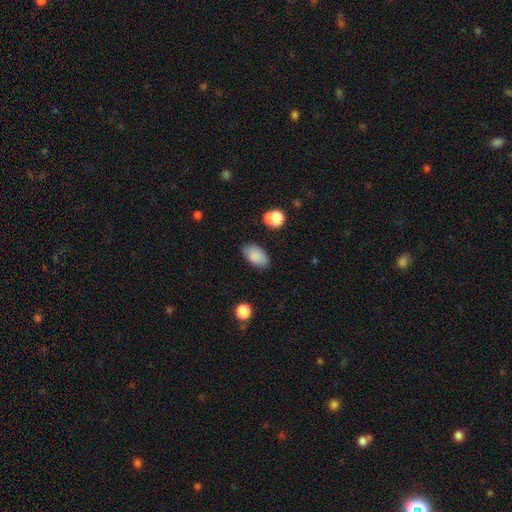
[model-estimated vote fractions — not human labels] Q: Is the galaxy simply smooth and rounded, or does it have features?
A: smooth — 86%.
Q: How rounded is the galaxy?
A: in between — 93%.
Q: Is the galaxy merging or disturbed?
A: none — 81%.